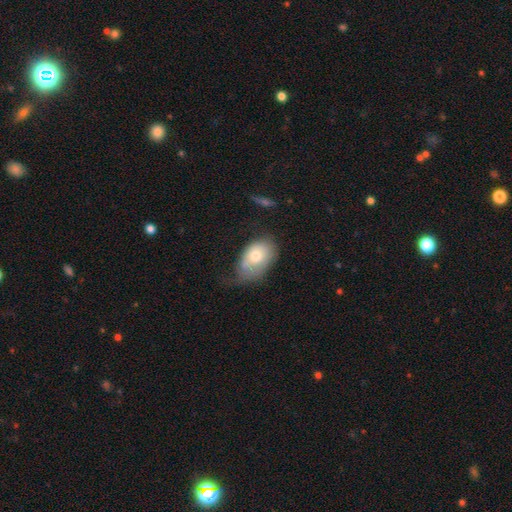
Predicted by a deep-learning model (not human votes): The model was most divided on "merging": minor disturbance: 38%, none: 32%, major disturbance: 26%, merger: 4%. More confident: how rounded — in between (84%); smooth or featured — smooth (69%).